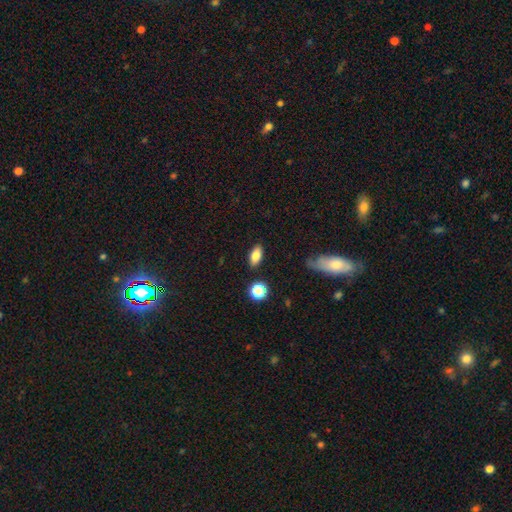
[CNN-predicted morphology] smooth 81%, featured or disk 10%, star or artifact 8%. Down the decision tree: how rounded — in between (87%); merging — none (85%).